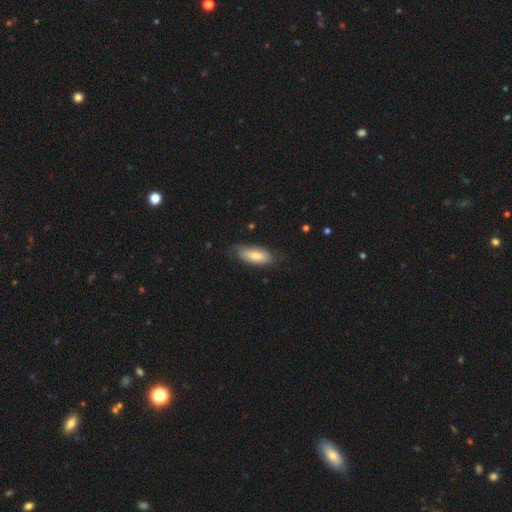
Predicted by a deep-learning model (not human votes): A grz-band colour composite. It shows a smooth galaxy with no disk features (74%) that is in between round and cigar-shaped (82%). Merging: none (68%).